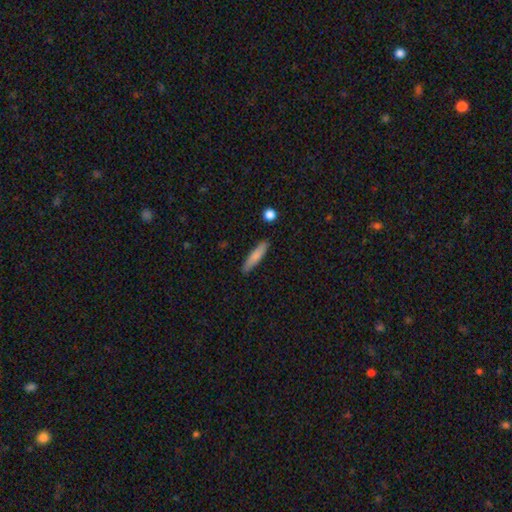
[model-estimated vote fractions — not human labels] Morphology: type=smooth (79%); roundness=cigar-shaped (86%); merging=none (86%).